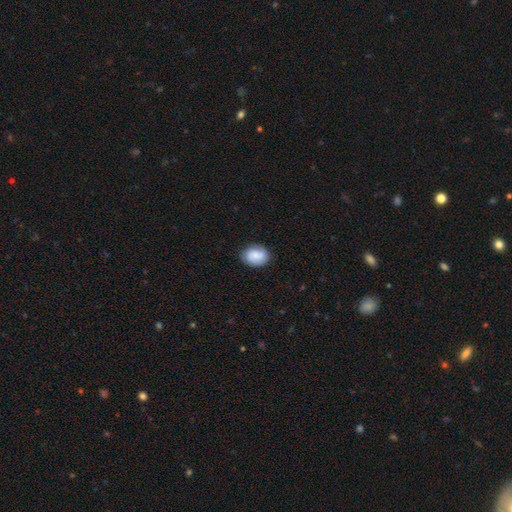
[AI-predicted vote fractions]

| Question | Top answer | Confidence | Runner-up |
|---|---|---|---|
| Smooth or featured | smooth | 74% | featured or disk (19%) |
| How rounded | in between | 66% | round (33%) |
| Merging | none | 83% | minor disturbance (13%) |